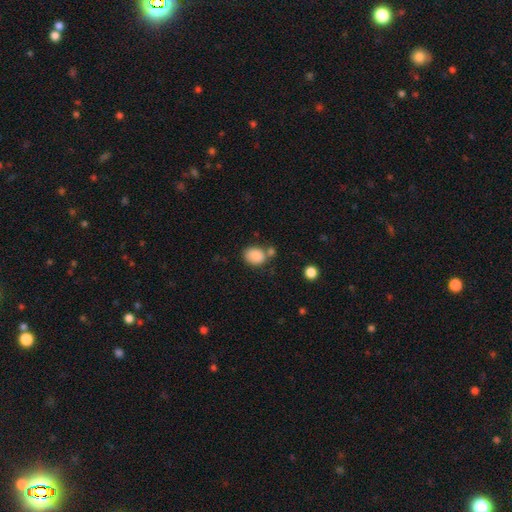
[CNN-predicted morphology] Smooth or featured?
  - smooth: 86% *
  - star or artifact: 8%
  - featured or disk: 5%
How rounded?
  - in between: 57% *
  - round: 42%
  - cigar-shaped: 1%
Merging?
  - none: 61% *
  - merger: 18%
  - minor disturbance: 16%
  - major disturbance: 5%